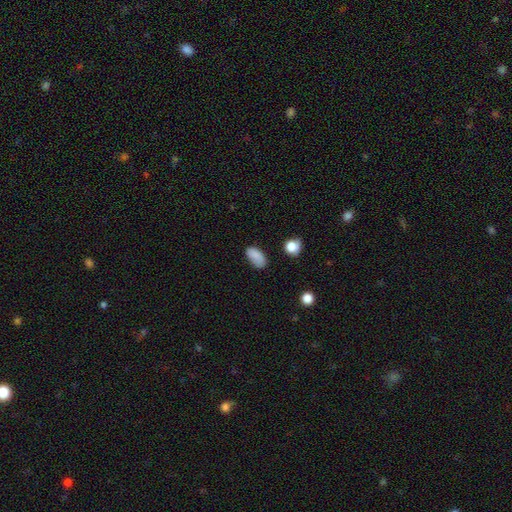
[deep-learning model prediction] The model was most divided on "merging": none: 69%, minor disturbance: 23%, major disturbance: 5%, merger: 2%. More confident: how rounded — in between (92%); smooth or featured — smooth (85%).